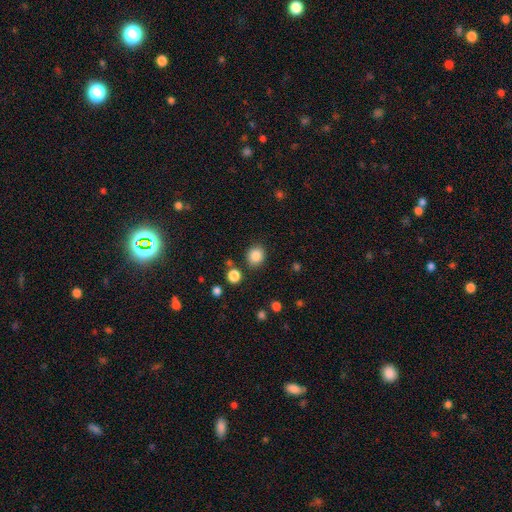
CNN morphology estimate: A smooth galaxy with no disk features (86%) that is round (80%).

Vote fractions:
- Smooth or featured? smooth: 86% / star or artifact: 10% / featured or disk: 4%
- How rounded? round: 80% / in between: 20% / cigar-shaped: 1%
- Merging? none: 85% / minor disturbance: 8% / merger: 4% / major disturbance: 3%